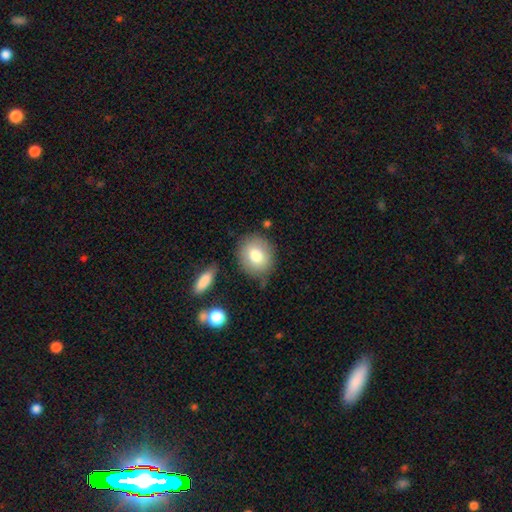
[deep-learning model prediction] Smooth or featured? smooth (79%)
How rounded? round (74%)
Merging? none (77%)